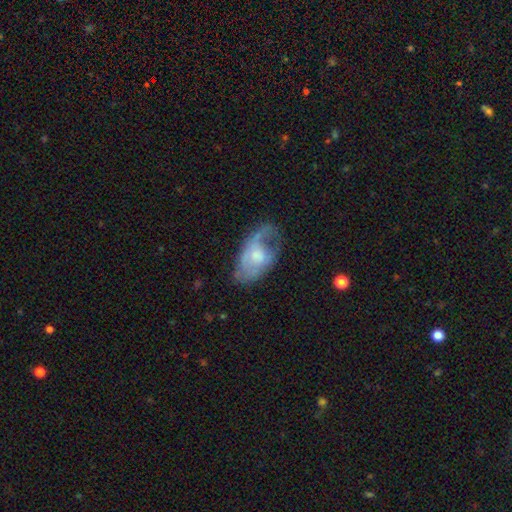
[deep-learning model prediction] Morphology: type=featured or disk (57%); edge-on=no (94%); bar=no (71%); spiral arms=yes (62%); bulge=moderate (45%); merging=none (38%).